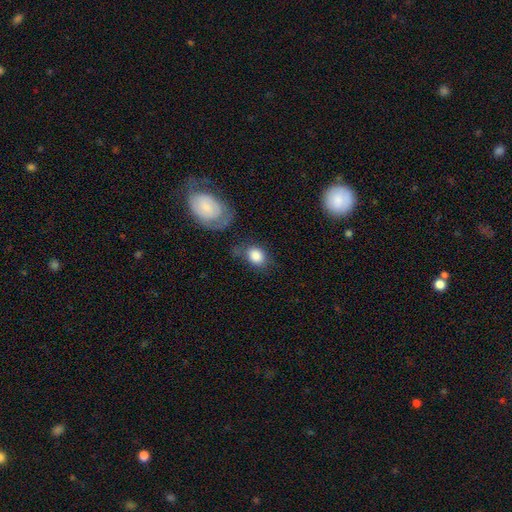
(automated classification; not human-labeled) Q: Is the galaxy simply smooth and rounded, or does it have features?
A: smooth — 85%.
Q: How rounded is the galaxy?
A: in between — 57%.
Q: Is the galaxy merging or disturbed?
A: none — 53%.